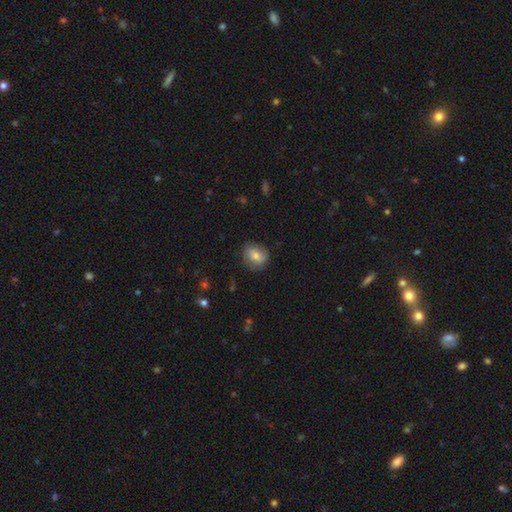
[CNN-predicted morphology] smooth_or_featured: smooth (p=0.72) [alt: featured or disk p=0.20]
how_rounded: round (p=0.57) [alt: in between p=0.42]
merging: none (p=0.78) [alt: minor disturbance p=0.16]